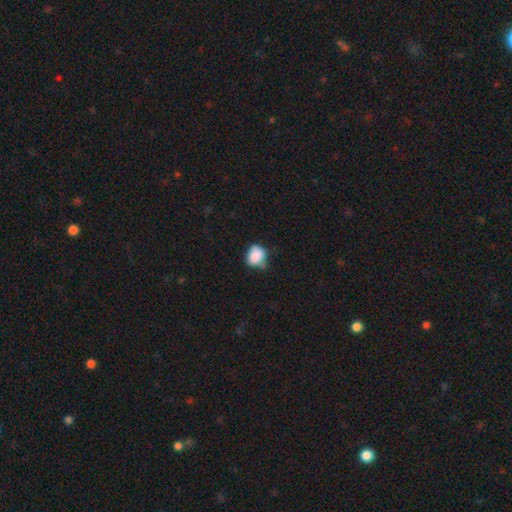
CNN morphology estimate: A smooth galaxy with no disk features (84%) that is round (64%). Merging: none (49%).